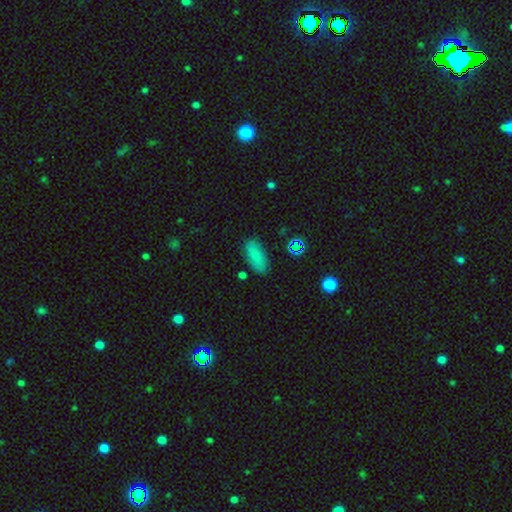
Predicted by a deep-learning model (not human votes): Morphology: type=smooth (83%); roundness=in between (81%); merging=none (82%).